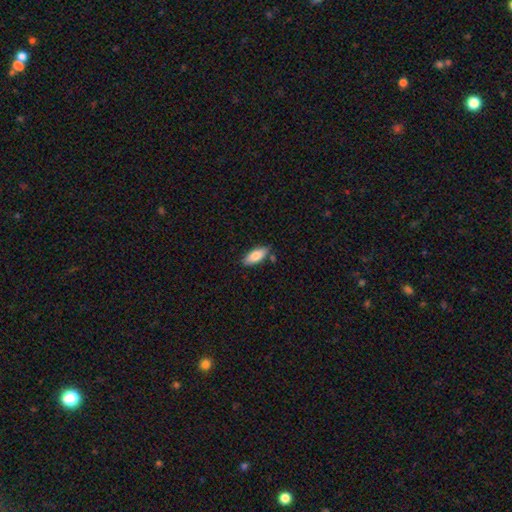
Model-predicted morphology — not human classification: Smooth or featured? Predicted: smooth (p=0.79). How rounded? Predicted: in between (p=0.79). Merging? Predicted: none (p=0.82).